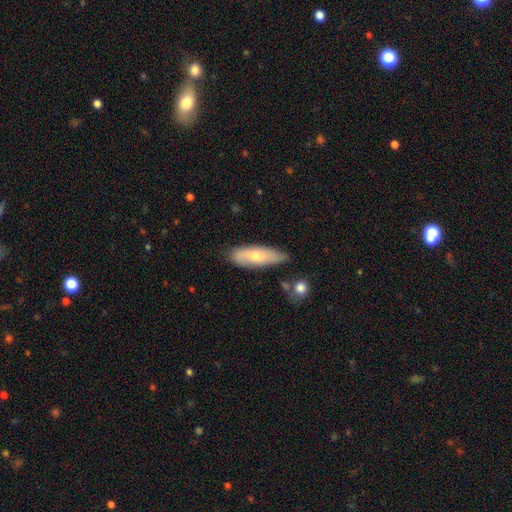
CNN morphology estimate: smooth-or-featured: smooth: 58% | featured or disk: 36% | star or artifact: 7%
  how-rounded: in between: 57% | cigar-shaped: 40% | round: 2%
  merging: none: 70% | minor disturbance: 22% | major disturbance: 4% | merger: 4%